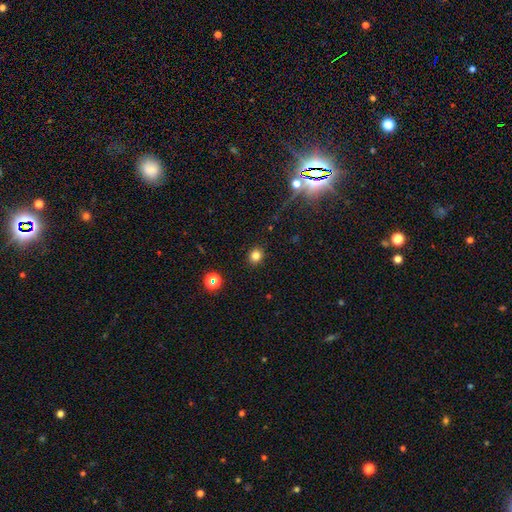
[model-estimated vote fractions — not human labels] Smooth or featured? smooth (79%)
How rounded? round (79%)
Merging? none (90%)